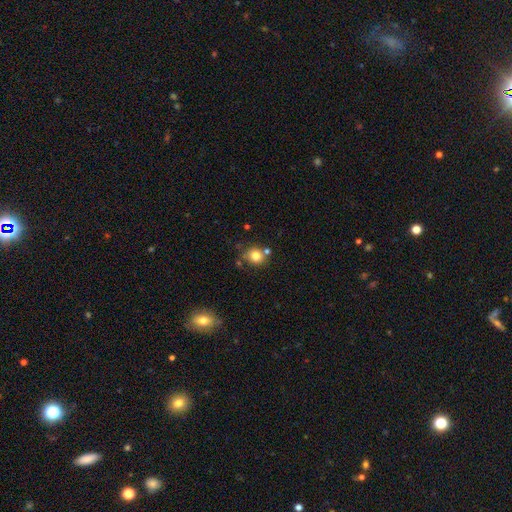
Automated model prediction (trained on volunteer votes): smooth 80%, star or artifact 11%, featured or disk 9%. Down the decision tree: how rounded — round (80%); merging — none (67%).